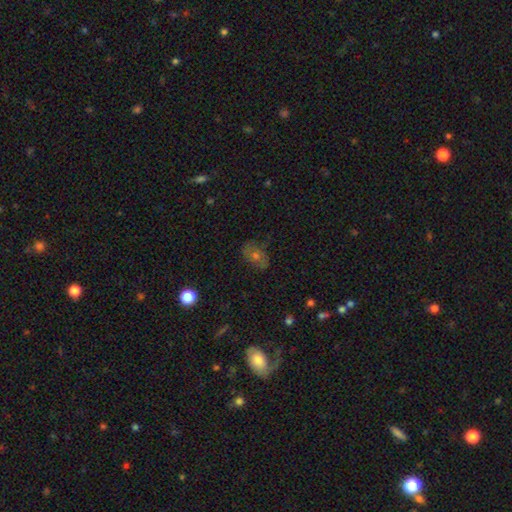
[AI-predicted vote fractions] Smooth or featured? smooth (43%)
Merging? none (74%)